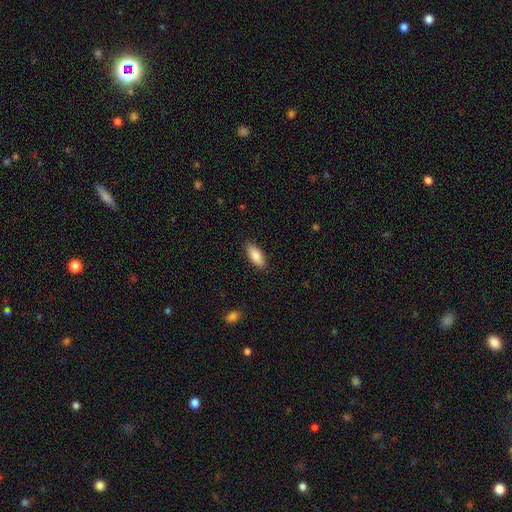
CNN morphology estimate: A smooth galaxy with no disk features (87%) that is in between round and cigar-shaped (81%). Merging: none (88%).